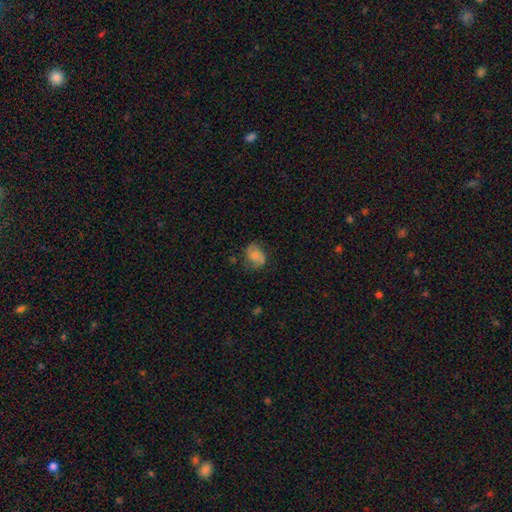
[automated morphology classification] Q: Smooth or featured?
A: smooth (59%); runner-up: featured or disk (32%)
Q: How rounded?
A: in between (59%); runner-up: round (40%)
Q: Merging?
A: none (63%); runner-up: minor disturbance (25%)